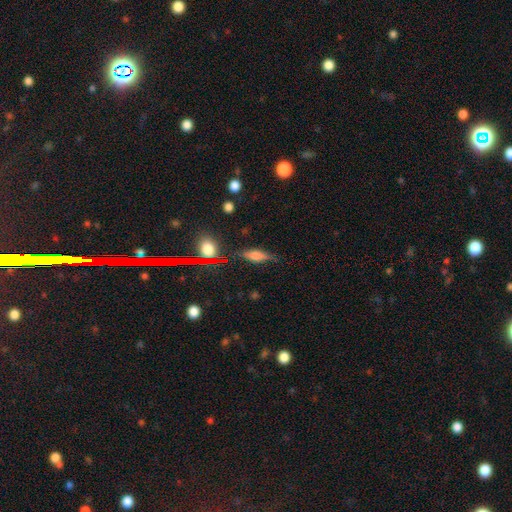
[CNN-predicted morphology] Smooth or featured? smooth (57%)
How rounded? in between (60%)
Merging? none (78%)